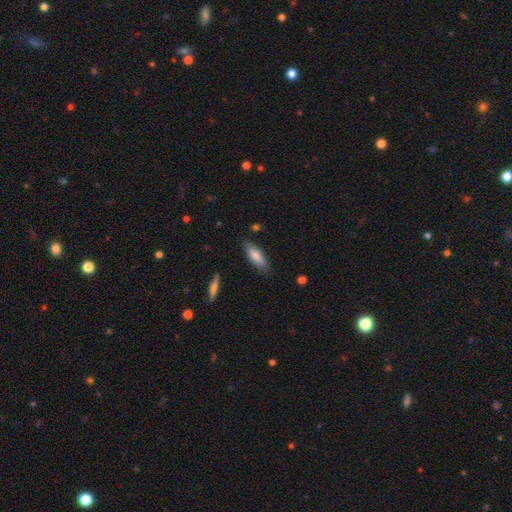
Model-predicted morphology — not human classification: Overall: smooth (77%). How rounded: in between (63%; cigar-shaped 35%). Merging: none (81%).